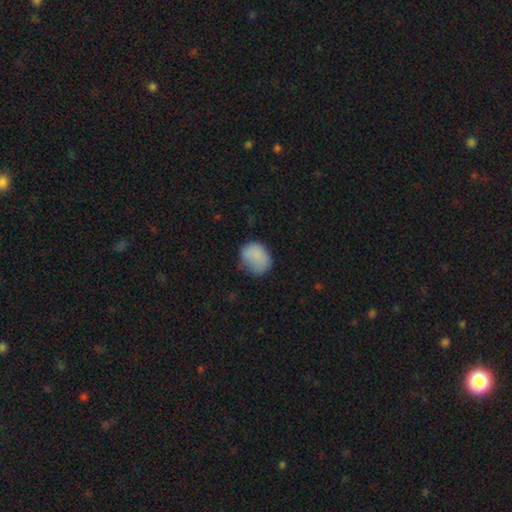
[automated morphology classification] A smooth galaxy with no disk features (84%) that is round (62%). Merging: none (57%).